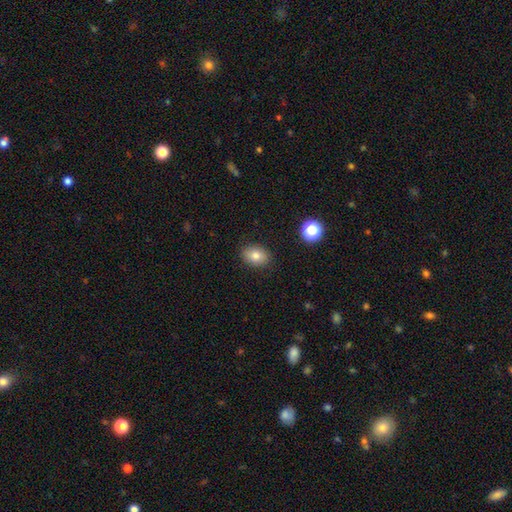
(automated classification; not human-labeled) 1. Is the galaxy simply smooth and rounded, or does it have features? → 79% smooth, 11% star or artifact, 10% featured or disk.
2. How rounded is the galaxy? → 70% in between, 29% round, 1% cigar-shaped.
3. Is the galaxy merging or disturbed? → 87% none, 9% minor disturbance, 2% major disturbance, 1% merger.